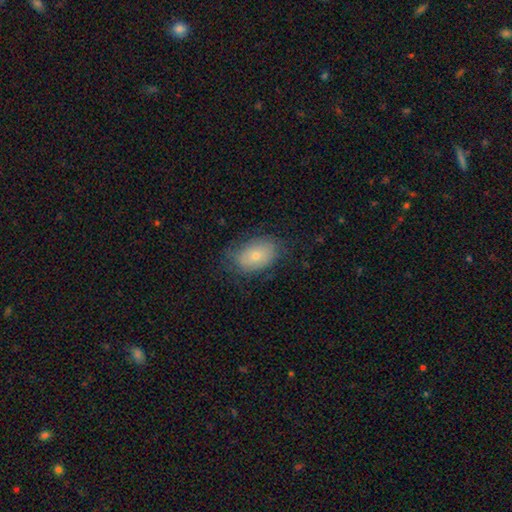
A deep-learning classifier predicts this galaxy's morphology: A smooth galaxy with no disk features (70%) that is in between round and cigar-shaped (86%).

Vote fractions:
- Smooth or featured? smooth: 70% / featured or disk: 22% / star or artifact: 8%
- How rounded? in between: 86% / round: 13% / cigar-shaped: 1%
- Merging? none: 69% / minor disturbance: 21% / major disturbance: 9% / merger: 1%